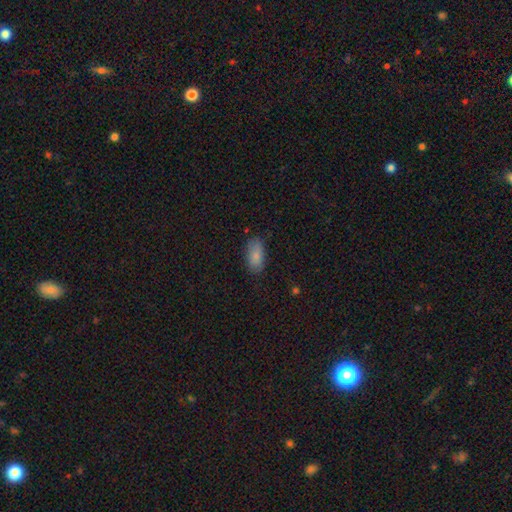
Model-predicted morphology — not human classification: Smooth or featured?
  - smooth: 84% *
  - featured or disk: 9%
  - star or artifact: 7%
How rounded?
  - in between: 91% *
  - cigar-shaped: 6%
  - round: 3%
Merging?
  - none: 78% *
  - minor disturbance: 17%
  - major disturbance: 4%
  - merger: 1%